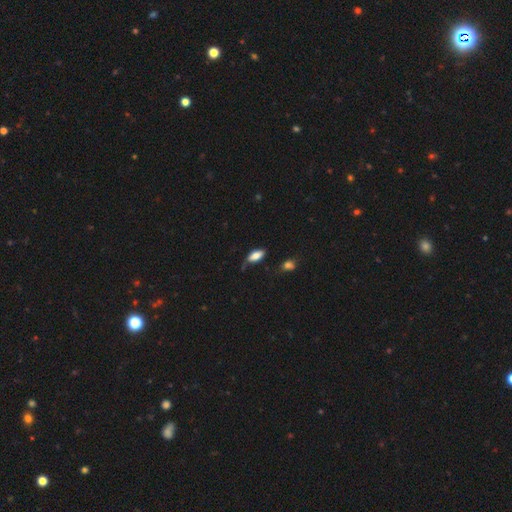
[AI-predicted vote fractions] smooth-or-featured: smooth: 79% | featured or disk: 13% | star or artifact: 7%
  how-rounded: in between: 86% | cigar-shaped: 11% | round: 3%
  merging: none: 58% | minor disturbance: 30% | major disturbance: 8% | merger: 4%